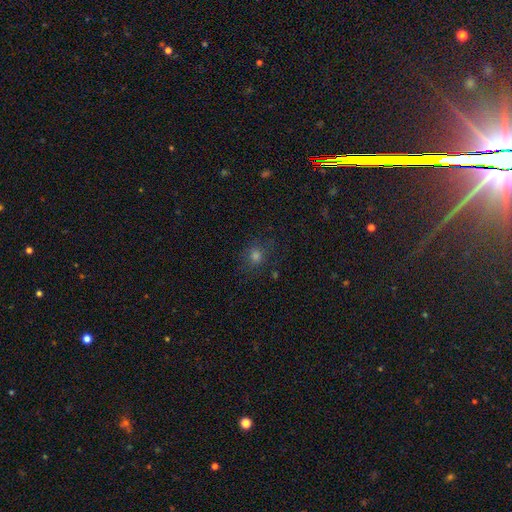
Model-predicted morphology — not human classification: type=smooth (61%); roundness=round (79%); merging=none (79%).